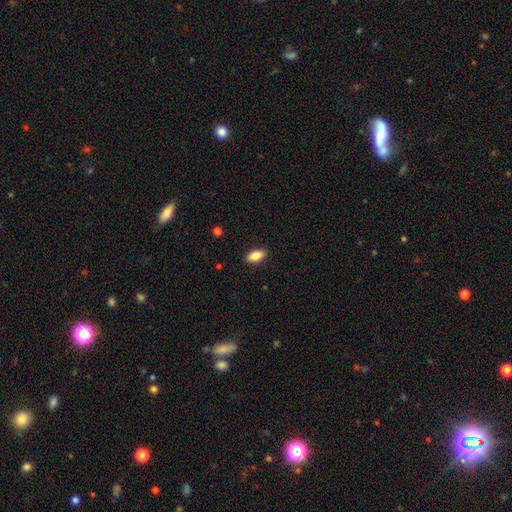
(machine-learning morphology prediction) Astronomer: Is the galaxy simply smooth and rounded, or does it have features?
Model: smooth — 85%.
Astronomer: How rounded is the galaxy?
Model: in between — 90%.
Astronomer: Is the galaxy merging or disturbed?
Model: none — 88%.